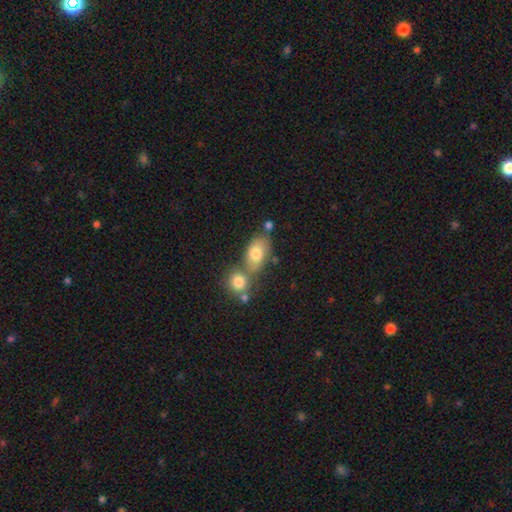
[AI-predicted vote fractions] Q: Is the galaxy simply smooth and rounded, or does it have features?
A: smooth — 60%.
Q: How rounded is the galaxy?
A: round — 48%.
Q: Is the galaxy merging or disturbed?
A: merger — 58%.